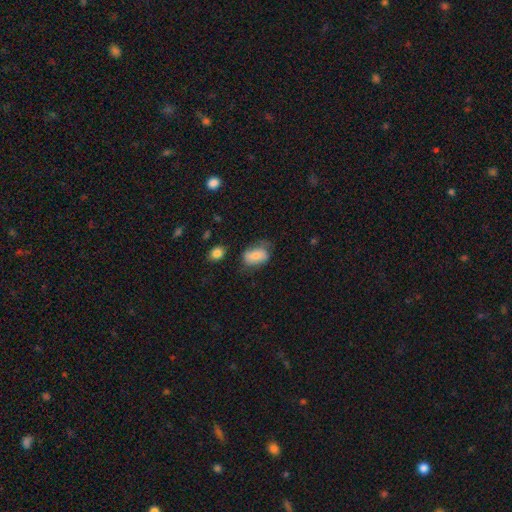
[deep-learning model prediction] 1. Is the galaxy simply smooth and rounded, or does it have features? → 73% smooth, 19% featured or disk, 8% star or artifact.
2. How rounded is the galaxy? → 86% in between, 12% round, 2% cigar-shaped.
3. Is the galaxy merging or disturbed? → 54% none, 31% minor disturbance, 12% major disturbance, 3% merger.